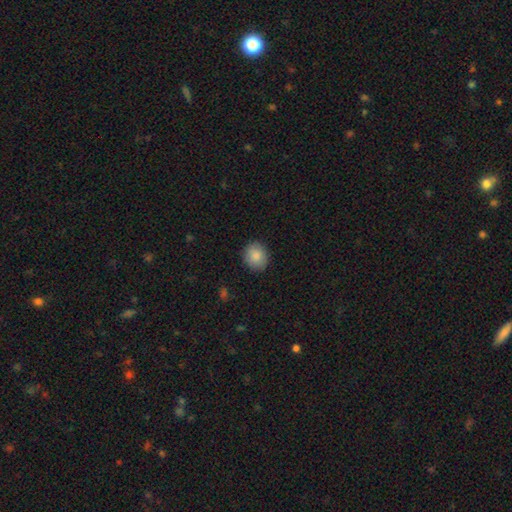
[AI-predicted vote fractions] Smooth or featured? Predicted: smooth (p=0.88). How rounded? Predicted: round (p=0.73). Merging? Predicted: none (p=0.89).